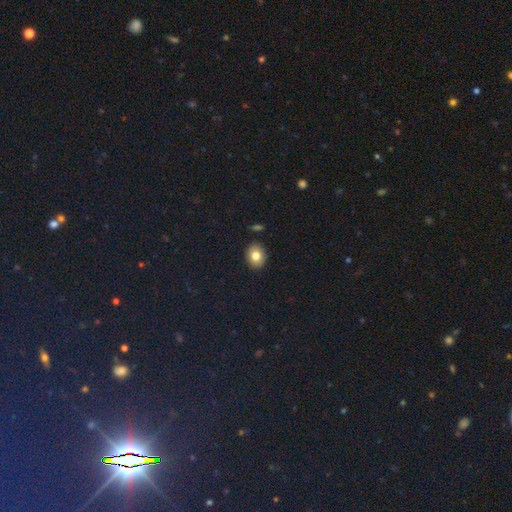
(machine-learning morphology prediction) smooth 80%, featured or disk 11%, star or artifact 10%. Down the decision tree: how rounded — in between (54%); merging — none (88%).